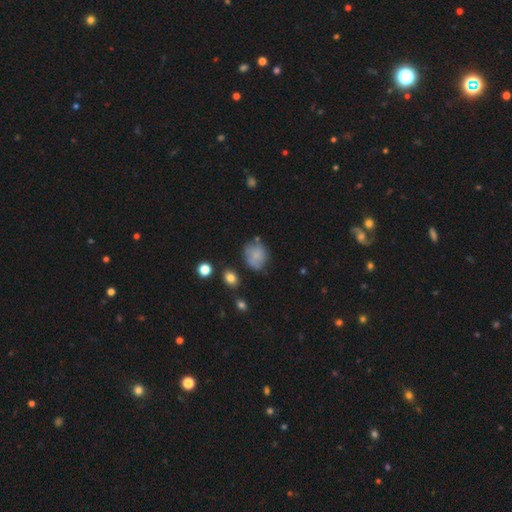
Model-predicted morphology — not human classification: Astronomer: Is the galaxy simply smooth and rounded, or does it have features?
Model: smooth — 74%.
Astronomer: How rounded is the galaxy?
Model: round — 64%.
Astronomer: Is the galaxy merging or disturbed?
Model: none — 57%.